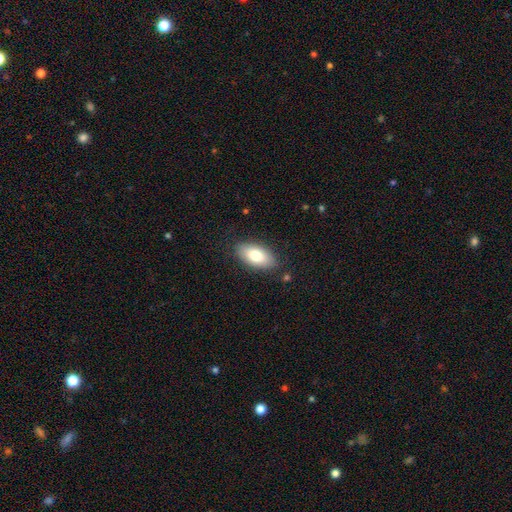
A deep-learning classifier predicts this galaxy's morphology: Smooth or featured? smooth (77%)
How rounded? in between (91%)
Merging? none (84%)